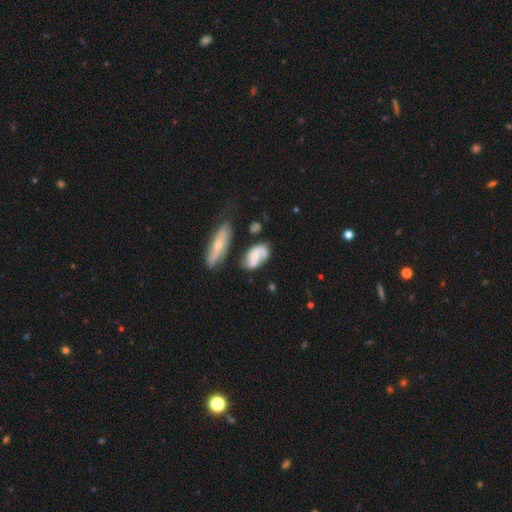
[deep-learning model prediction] A featured or disk galaxy (51%). Merging: none (50%).